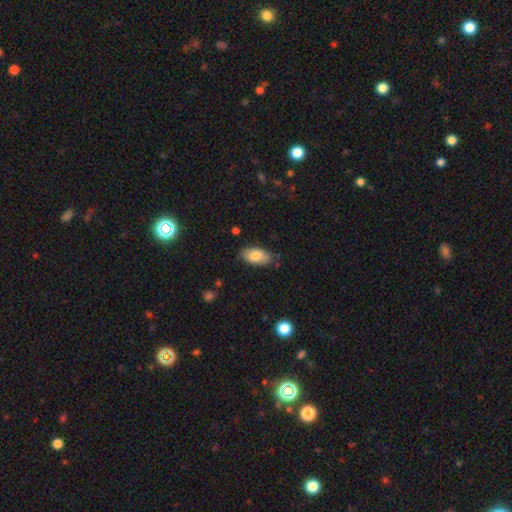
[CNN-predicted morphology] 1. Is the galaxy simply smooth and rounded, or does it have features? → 82% smooth, 12% featured or disk, 7% star or artifact.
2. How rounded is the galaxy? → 94% in between, 3% cigar-shaped, 3% round.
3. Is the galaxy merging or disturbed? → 78% none, 17% minor disturbance, 3% major disturbance, 2% merger.